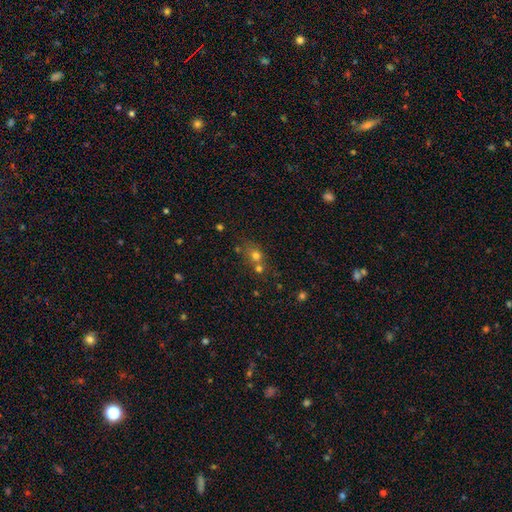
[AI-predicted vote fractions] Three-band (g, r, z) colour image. It shows a smooth galaxy with no disk features (66%) that is round (68%). Merging: none (44%).